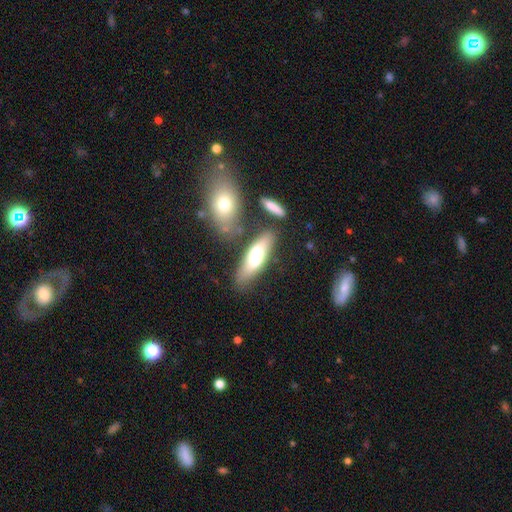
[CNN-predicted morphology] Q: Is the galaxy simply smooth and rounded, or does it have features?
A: smooth — 64%.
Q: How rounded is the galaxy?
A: in between — 54%.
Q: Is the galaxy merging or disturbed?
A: none — 69%.